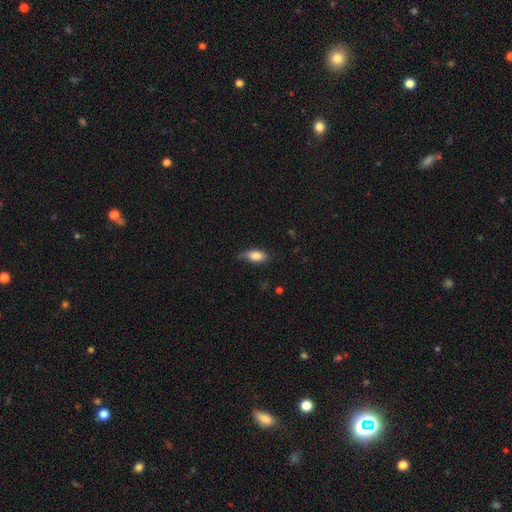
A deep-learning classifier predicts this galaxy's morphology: This is clearly a smooth galaxy (82%). How rounded: clearly in between (87%). Merging: likely none (64%).